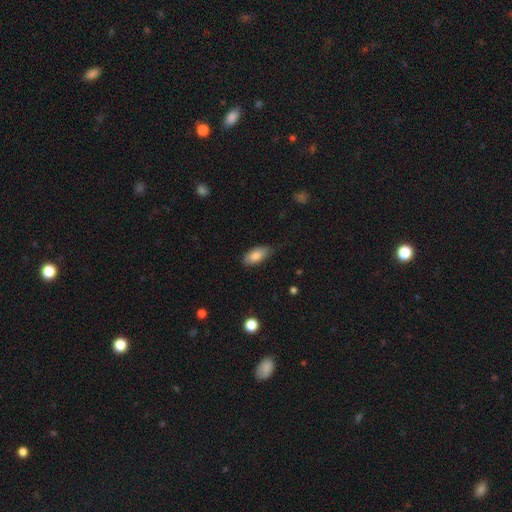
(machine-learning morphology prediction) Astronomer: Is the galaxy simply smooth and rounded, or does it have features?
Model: smooth — 84%.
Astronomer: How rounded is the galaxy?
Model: in between — 88%.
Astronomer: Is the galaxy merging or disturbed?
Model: none — 73%.